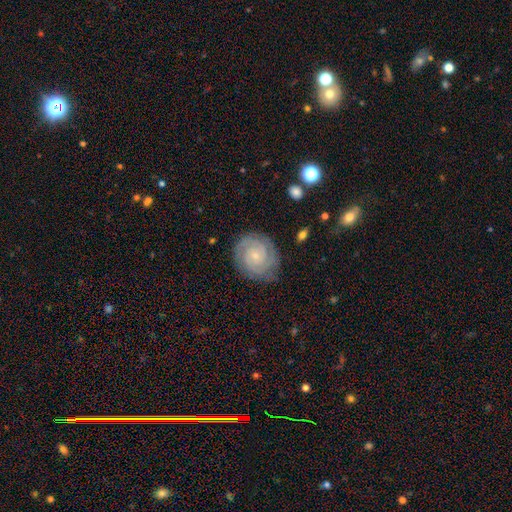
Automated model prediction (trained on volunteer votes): A featured or disk galaxy (80%) with no bar (77%), 2 (41%) tight (76%) spiral arms (96%) and a small central bulge (83%). Merging: none (82%).